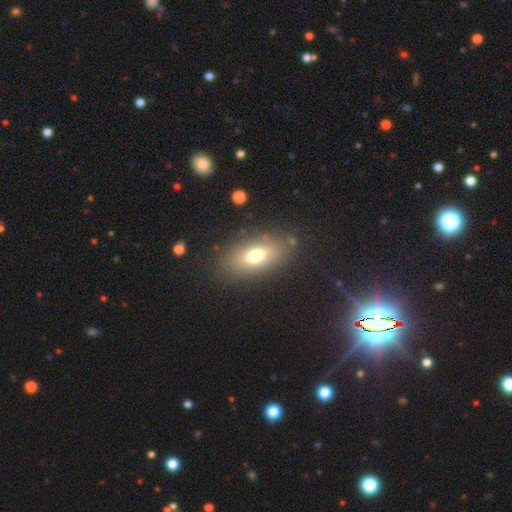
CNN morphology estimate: A smooth galaxy with no disk features (71%) that is in between round and cigar-shaped (85%).

Vote fractions:
- Smooth or featured? smooth: 71% / featured or disk: 18% / star or artifact: 11%
- How rounded? in between: 85% / round: 9% / cigar-shaped: 6%
- Merging? none: 82% / minor disturbance: 11% / major disturbance: 5% / merger: 2%